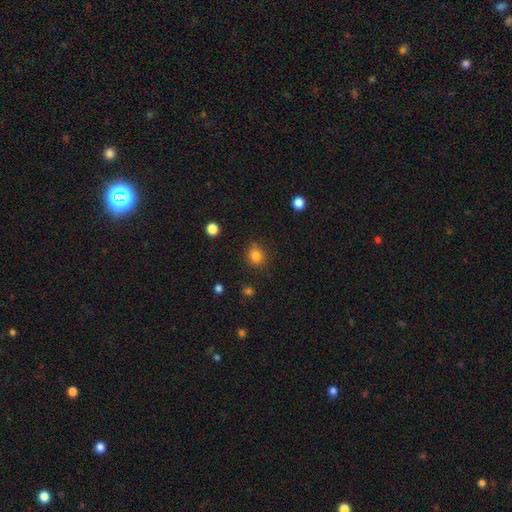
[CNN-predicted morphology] A smooth galaxy with no disk features (83%) that is round (81%). Merging: none (83%).